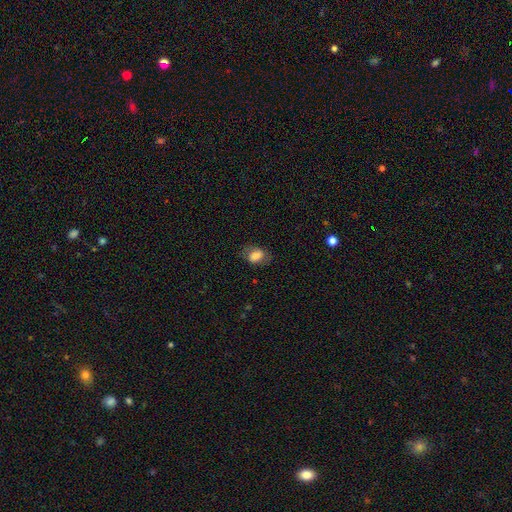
A smooth galaxy with no disk features (72%) that is in between round and cigar-shaped (79%). Merging: none (66%).